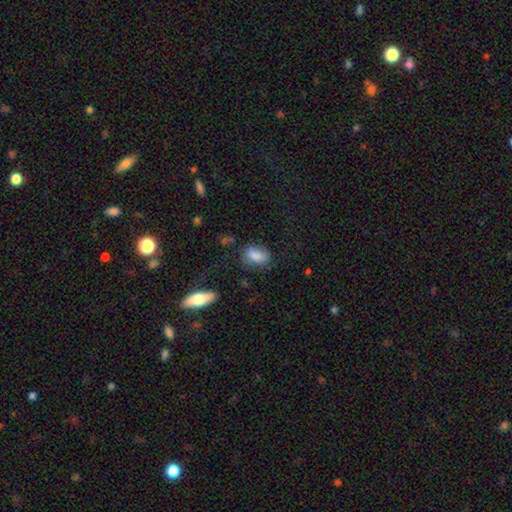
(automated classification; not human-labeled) Smooth or featured?
  - smooth: 83% *
  - star or artifact: 9%
  - featured or disk: 8%
How rounded?
  - in between: 84% *
  - round: 12%
  - cigar-shaped: 4%
Merging?
  - none: 66% *
  - minor disturbance: 22%
  - major disturbance: 8%
  - merger: 4%